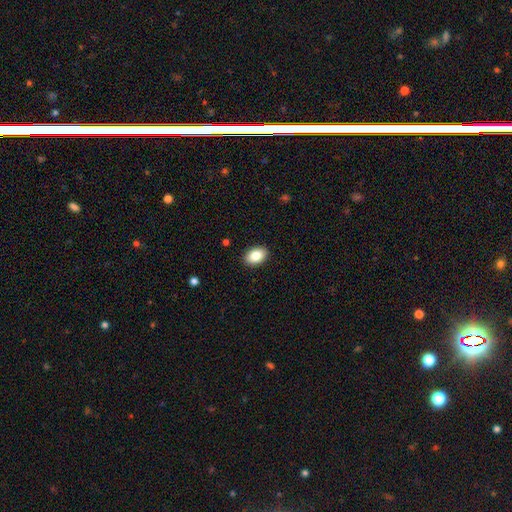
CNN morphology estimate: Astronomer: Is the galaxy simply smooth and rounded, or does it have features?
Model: smooth — 85%.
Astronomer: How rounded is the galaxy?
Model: in between — 86%.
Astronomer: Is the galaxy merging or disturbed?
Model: none — 90%.